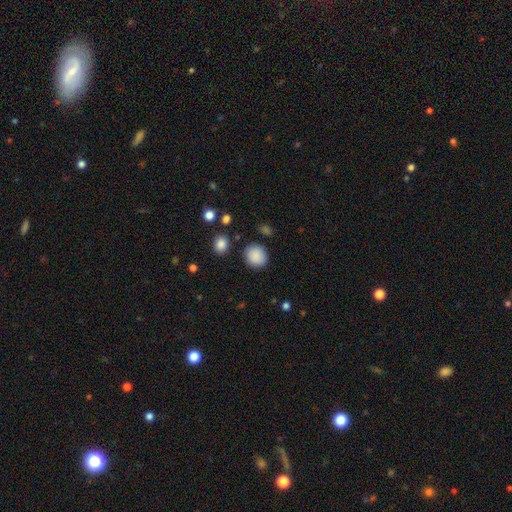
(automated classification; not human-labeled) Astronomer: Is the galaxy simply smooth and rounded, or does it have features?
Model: smooth — 88%.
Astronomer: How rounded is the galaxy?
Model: round — 84%.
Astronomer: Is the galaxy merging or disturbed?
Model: none — 86%.